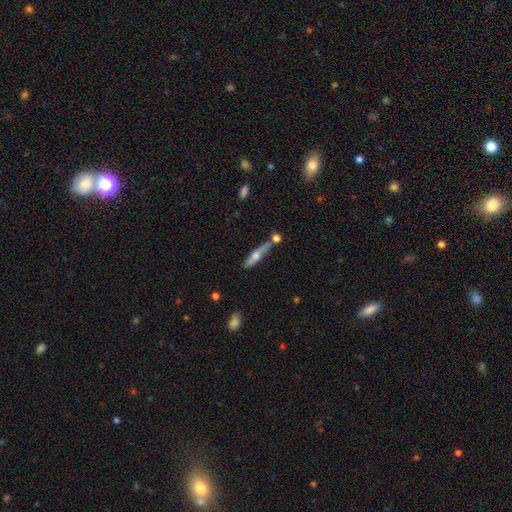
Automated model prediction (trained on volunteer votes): The model was most divided on "smooth or featured" (2-way tie): smooth: 47%, featured or disk: 47%, star or artifact: 6%. More confident: merging — none (66%).